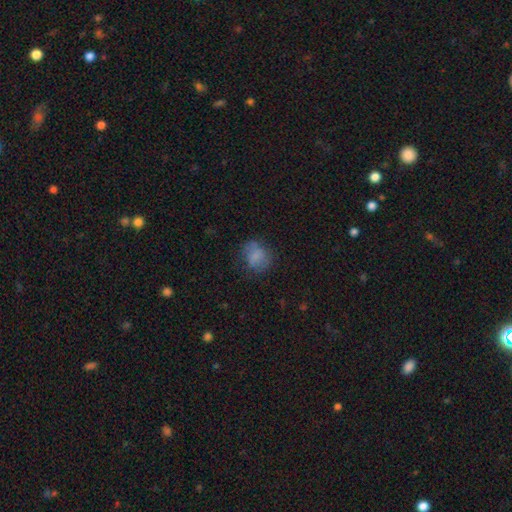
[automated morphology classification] The model was most divided on "how rounded": round: 64%, in between: 35%, cigar-shaped: 1%. More confident: smooth or featured — smooth (72%); merging — none (61%).